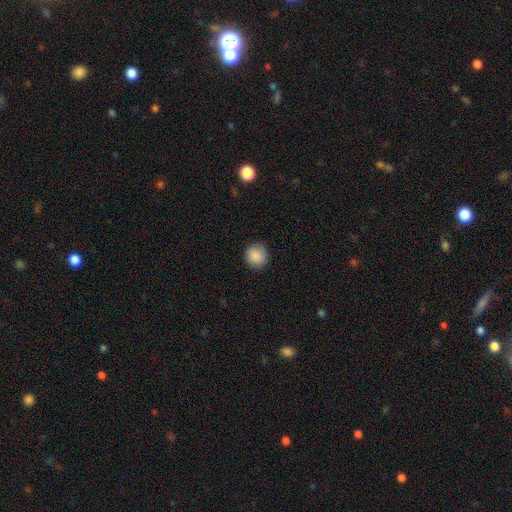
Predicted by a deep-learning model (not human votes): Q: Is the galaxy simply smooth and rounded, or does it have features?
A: smooth — 88%.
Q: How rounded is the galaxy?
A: round — 90%.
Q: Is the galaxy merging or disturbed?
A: none — 88%.